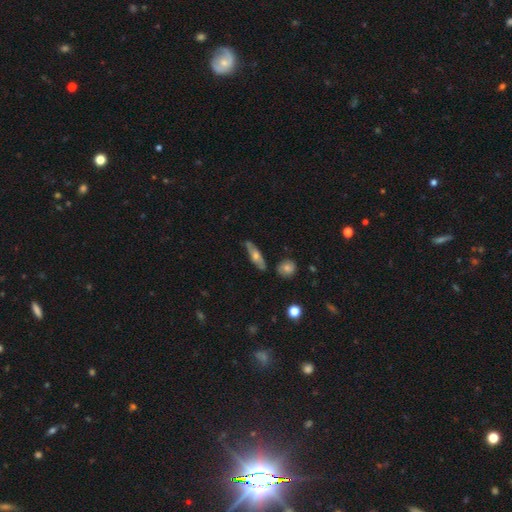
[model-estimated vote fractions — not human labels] Overall: featured or disk (48%; smooth 45%). Merging: none (75%).